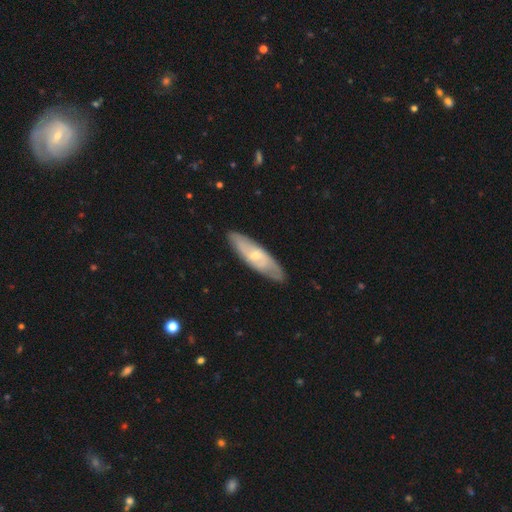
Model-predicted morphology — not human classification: featured or disk 56%, smooth 38%, star or artifact 5%. Down the decision tree: edge-on disk — no (69%); merging — none (82%).